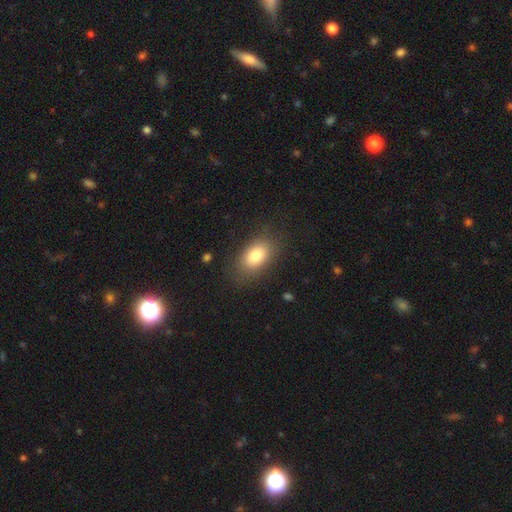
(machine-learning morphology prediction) This is clearly a smooth galaxy (81%). How rounded: clearly in between (88%). Merging: clearly none (82%).